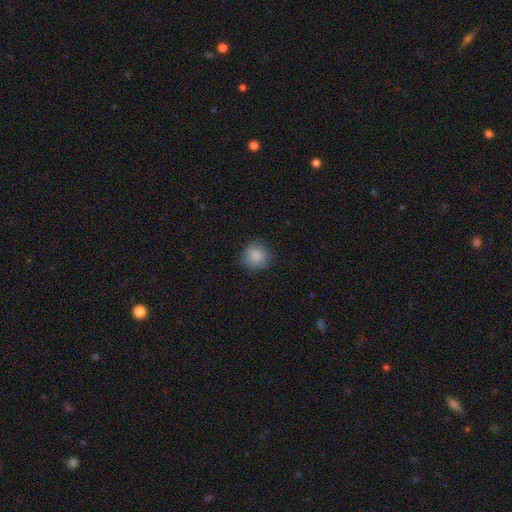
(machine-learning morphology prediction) The model was most divided on "merging": none: 84%, minor disturbance: 12%, major disturbance: 3%, merger: 1%. More confident: how rounded — round (89%); smooth or featured — smooth (87%).